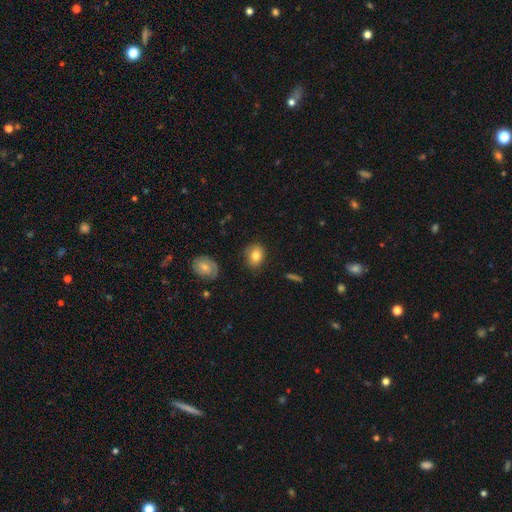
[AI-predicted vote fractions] This appears to be a smooth galaxy with no disk features (79%) that is in between round and cigar-shaped (51%). Merging: none (83%).